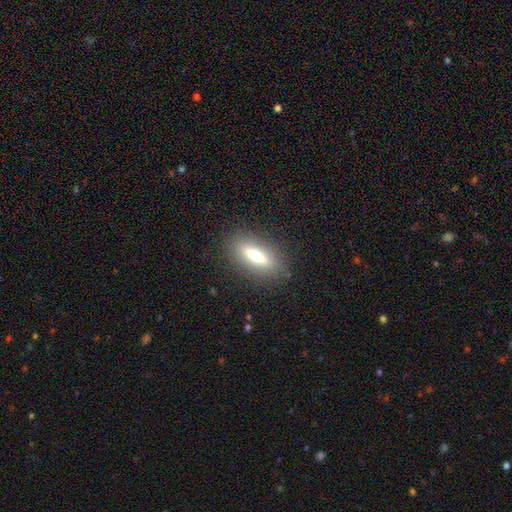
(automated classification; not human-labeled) Smooth or featured? smooth (58%)
How rounded? cigar-shaped (54%)
Merging? none (86%)